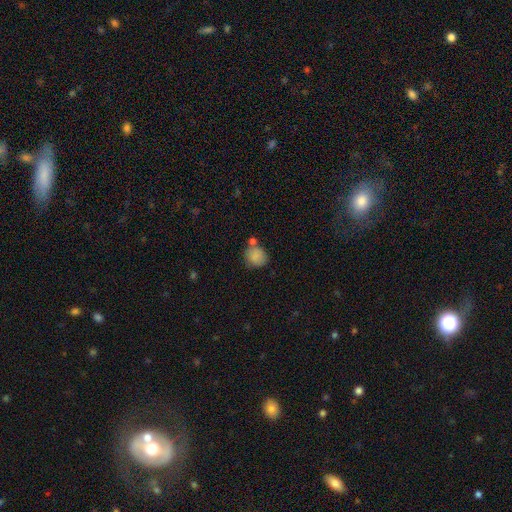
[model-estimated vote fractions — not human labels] Q: Smooth or featured?
A: smooth (85%); runner-up: star or artifact (9%)
Q: How rounded?
A: round (81%); runner-up: in between (18%)
Q: Merging?
A: none (61%); runner-up: merger (18%)